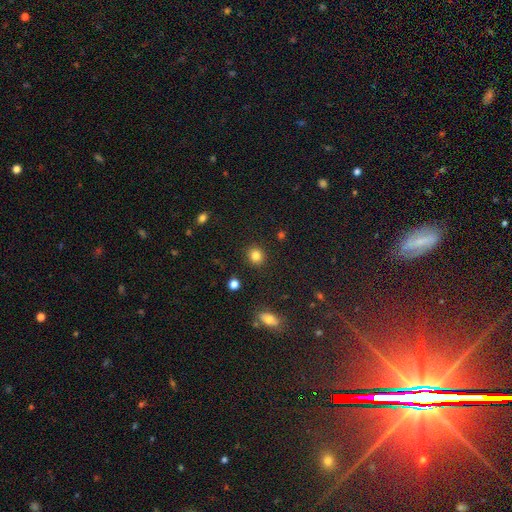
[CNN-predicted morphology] smooth_or_featured: smooth (p=0.84) [alt: star or artifact p=0.11]
how_rounded: round (p=0.86) [alt: in between p=0.13]
merging: none (p=0.90) [alt: minor disturbance p=0.06]